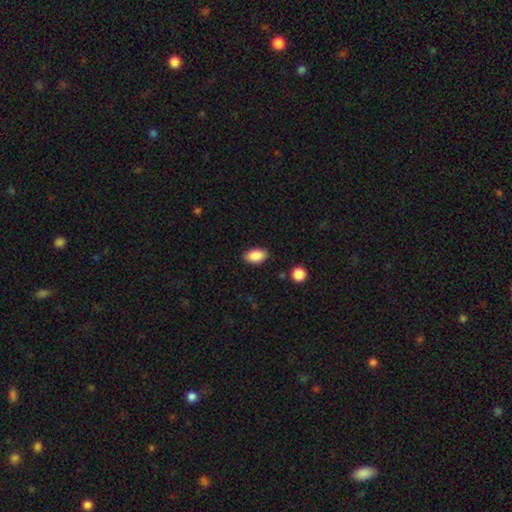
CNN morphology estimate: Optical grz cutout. It shows a smooth galaxy with no disk features (88%) that is in between round and cigar-shaped (92%). Merging: none (87%).